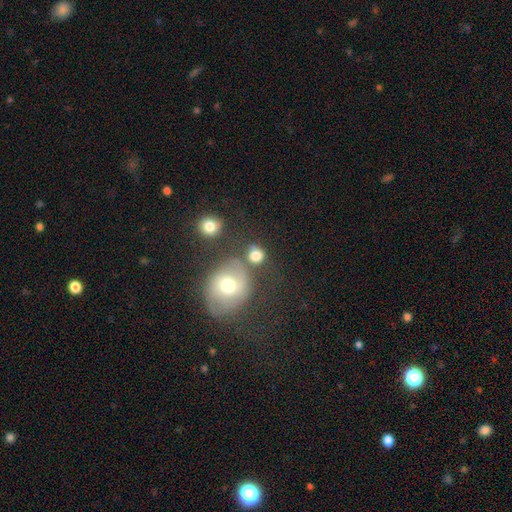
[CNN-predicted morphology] Smooth or featured?
  - smooth: 76% *
  - featured or disk: 12%
  - star or artifact: 12%
How rounded?
  - round: 73% *
  - in between: 25%
  - cigar-shaped: 1%
Merging?
  - none: 57% *
  - merger: 21%
  - minor disturbance: 14%
  - major disturbance: 8%